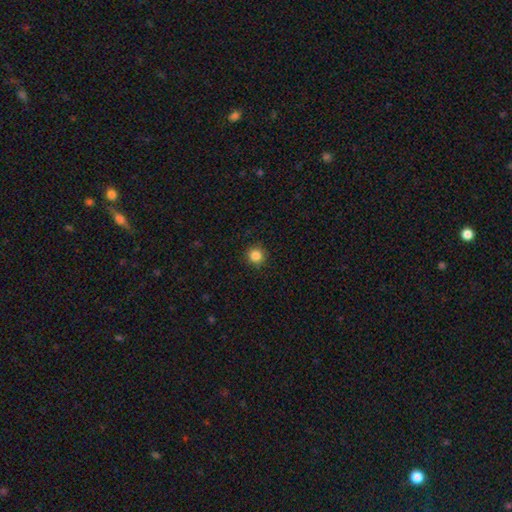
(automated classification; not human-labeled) Smooth or featured? smooth (86%)
How rounded? round (95%)
Merging? none (92%)